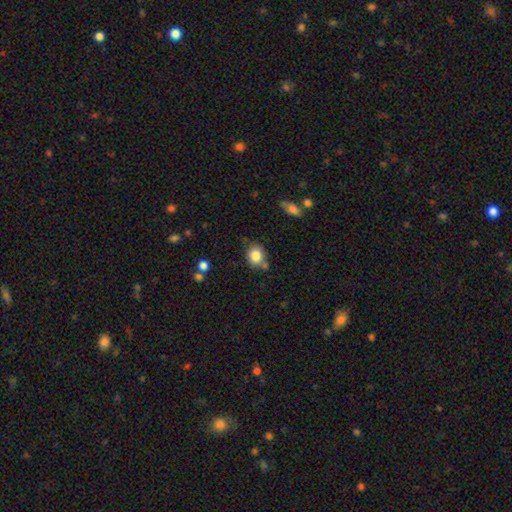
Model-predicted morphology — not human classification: This is clearly a smooth galaxy (83%). How rounded: likely round (66%). Merging: likely none (71%).